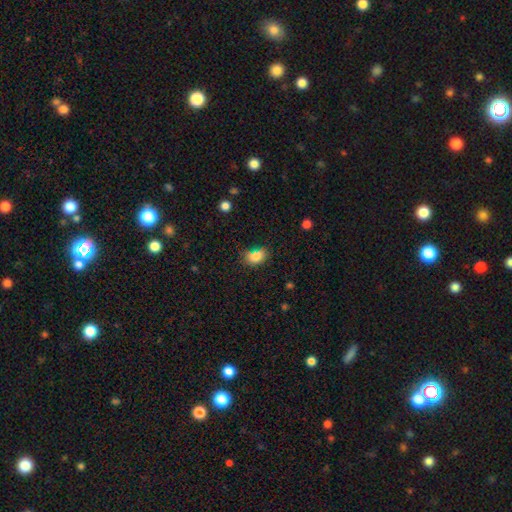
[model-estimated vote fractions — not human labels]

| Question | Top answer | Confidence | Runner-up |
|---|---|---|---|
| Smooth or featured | smooth | 82% | star or artifact (10%) |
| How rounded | in between | 73% | round (25%) |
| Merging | none | 61% | minor disturbance (25%) |